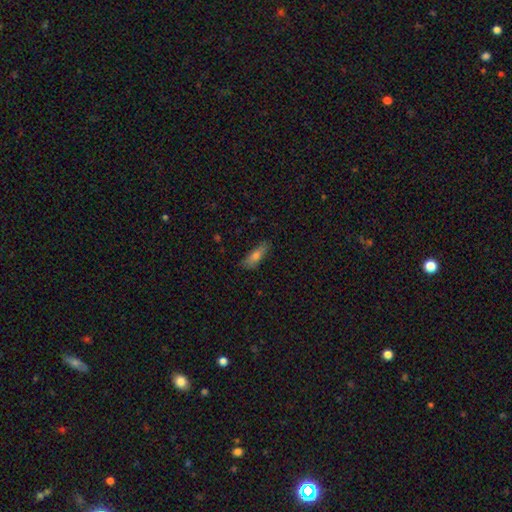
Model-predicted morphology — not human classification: Smooth or featured: smooth — 69% (featured or disk — 22%)
How rounded: in between — 50% (cigar-shaped — 48%)
Merging: none — 79% (minor disturbance — 17%)